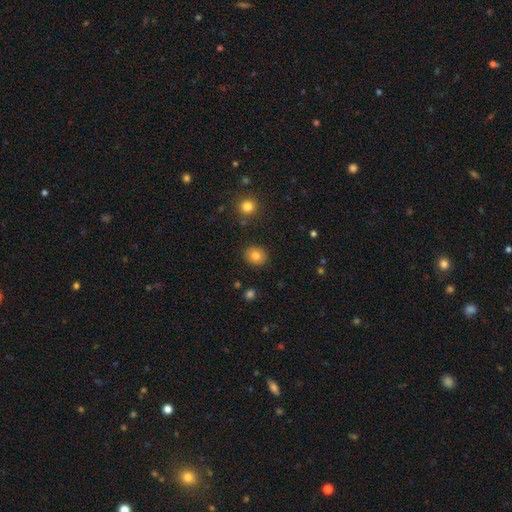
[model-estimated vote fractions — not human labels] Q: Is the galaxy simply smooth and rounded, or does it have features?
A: smooth — 80%.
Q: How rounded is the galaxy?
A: round — 76%.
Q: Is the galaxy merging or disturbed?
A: none — 89%.